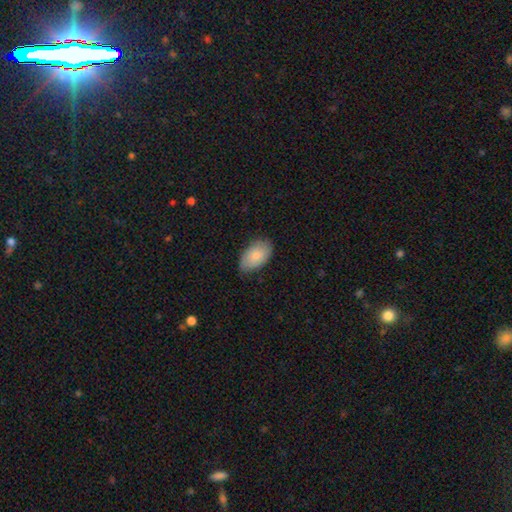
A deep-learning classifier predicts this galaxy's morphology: smooth_or_featured: smooth (p=0.83) [alt: featured or disk p=0.12]
how_rounded: in between (p=0.94) [alt: round p=0.05]
merging: none (p=0.73) [alt: minor disturbance p=0.22]